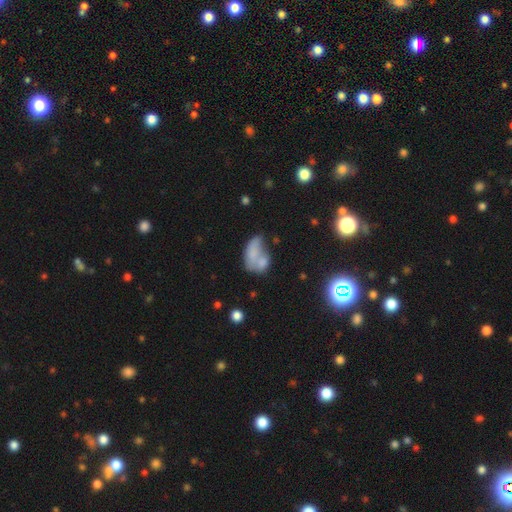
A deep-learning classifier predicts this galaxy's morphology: smooth-or-featured: smooth: 64% | featured or disk: 24% | star or artifact: 12%
  how-rounded: in between: 83% | round: 15% | cigar-shaped: 3%
  merging: merger: 50% | none: 22% | major disturbance: 15% | minor disturbance: 14%